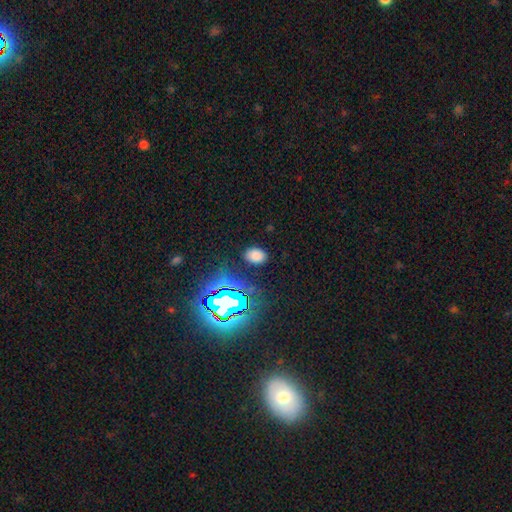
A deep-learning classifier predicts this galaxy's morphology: Q: Smooth or featured?
A: smooth (71%); runner-up: star or artifact (22%)
Q: How rounded?
A: in between (78%); runner-up: round (21%)
Q: Merging?
A: none (85%); runner-up: minor disturbance (10%)